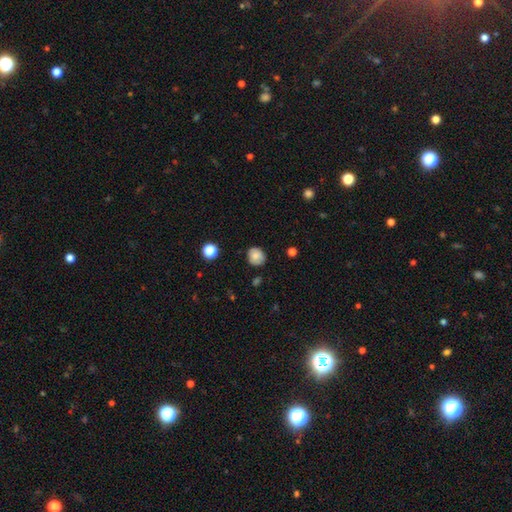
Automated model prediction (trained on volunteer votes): smooth_or_featured: smooth (p=0.80) [alt: featured or disk p=0.11]
how_rounded: round (p=0.82) [alt: in between p=0.17]
merging: none (p=0.79) [alt: minor disturbance p=0.17]